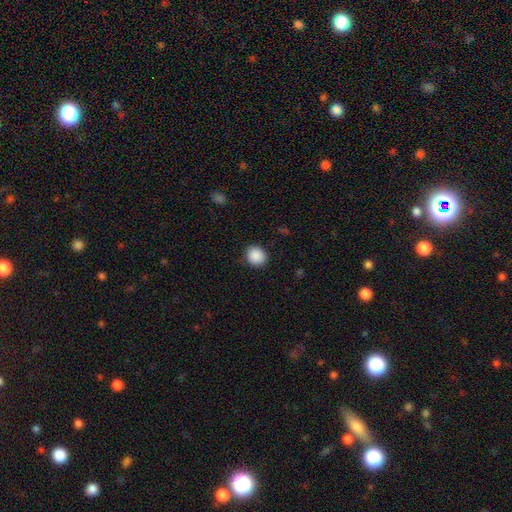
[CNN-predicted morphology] Smooth or featured? smooth (89%)
How rounded? round (80%)
Merging? none (87%)